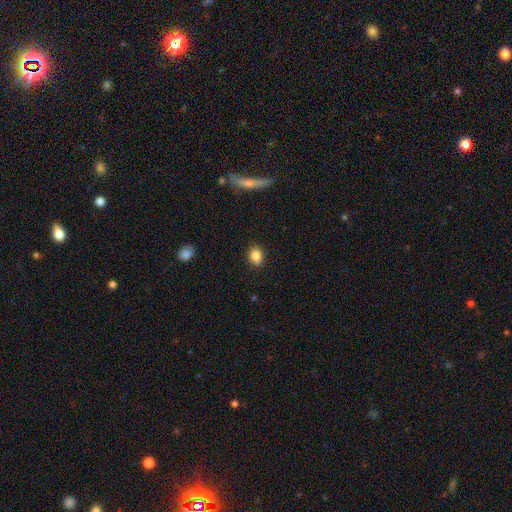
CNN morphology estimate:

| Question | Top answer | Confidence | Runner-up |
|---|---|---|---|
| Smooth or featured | smooth | 83% | star or artifact (10%) |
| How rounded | round | 55% | in between (44%) |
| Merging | none | 77% | minor disturbance (16%) |